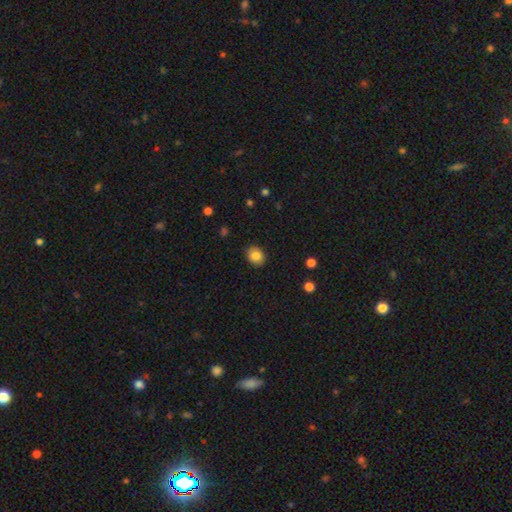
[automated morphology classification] Smooth or featured: smooth — 83% (star or artifact — 9%)
How rounded: round — 65% (in between — 35%)
Merging: none — 90% (minor disturbance — 7%)